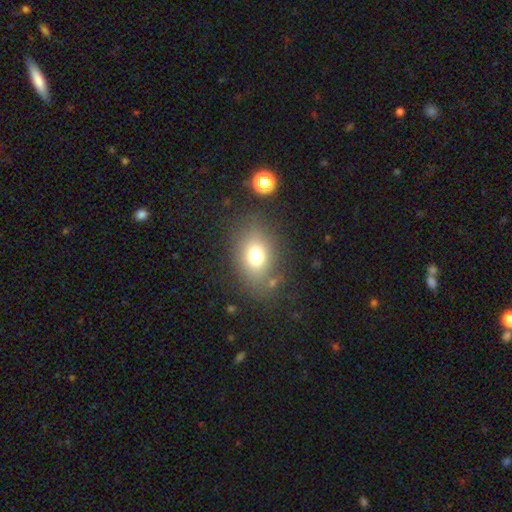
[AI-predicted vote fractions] Overall: smooth (73%). How rounded: in between (67%; round 31%). Merging: none (76%).